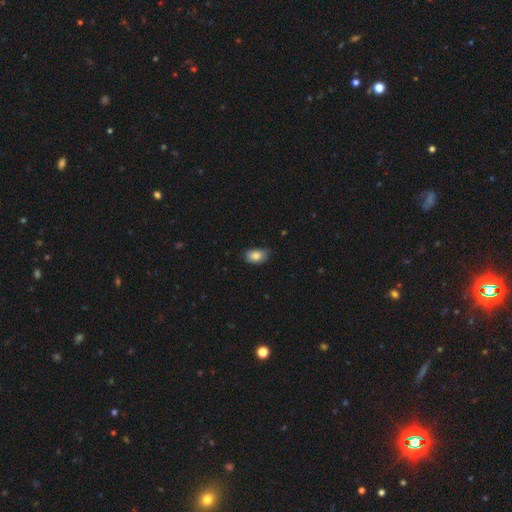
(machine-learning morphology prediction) smooth_or_featured: smooth (p=0.84) [alt: featured or disk p=0.08]
how_rounded: in between (p=0.86) [alt: round p=0.13]
merging: none (p=0.74) [alt: minor disturbance p=0.22]